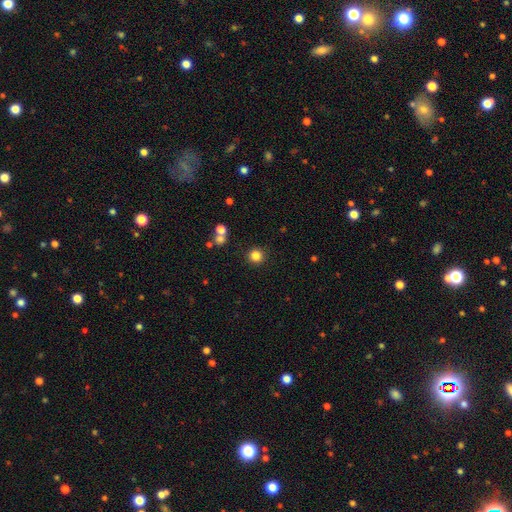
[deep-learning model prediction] A smooth galaxy with no disk features (83%) that is round (94%).

Vote fractions:
- Smooth or featured? smooth: 83% / star or artifact: 13% / featured or disk: 5%
- How rounded? round: 94% / in between: 5% / cigar-shaped: 1%
- Merging? none: 89% / minor disturbance: 6% / merger: 3% / major disturbance: 2%